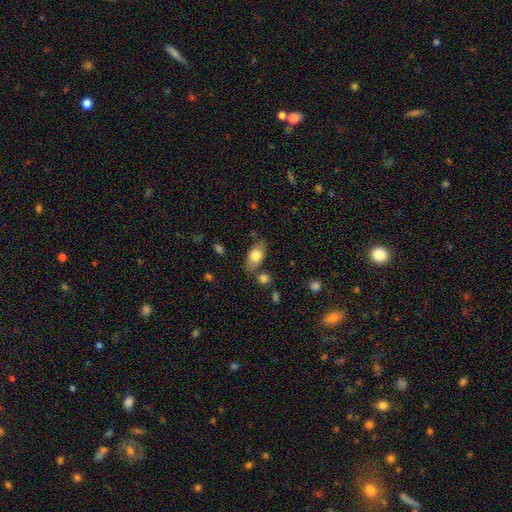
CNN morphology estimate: This appears to be a smooth galaxy with no disk features (76%) that is in between round and cigar-shaped (89%). Merging: none (73%).